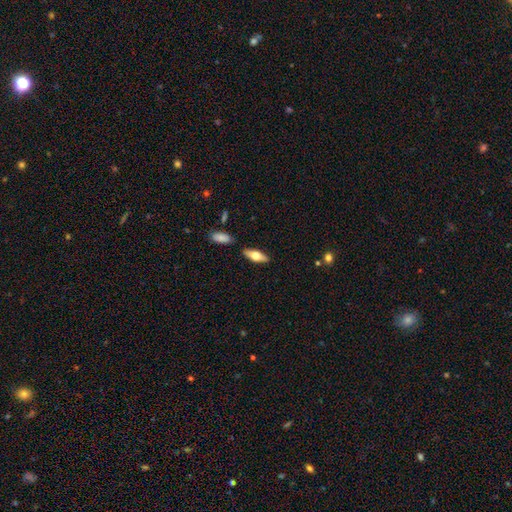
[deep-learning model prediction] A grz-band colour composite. It shows a smooth galaxy with no disk features (56%) that is in between round and cigar-shaped (66%). Merging: none (84%).